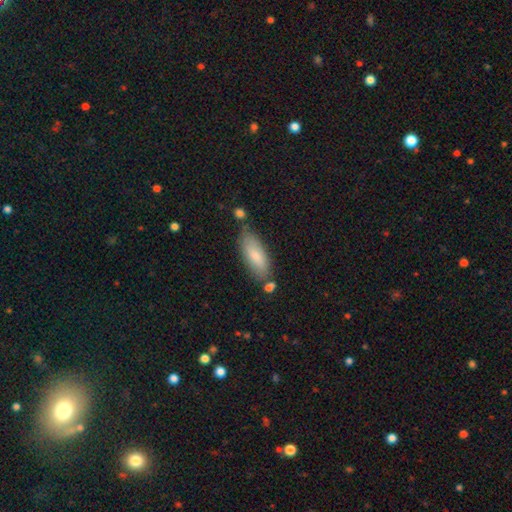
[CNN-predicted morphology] This is likely a smooth galaxy (79%). How rounded: likely in between (69%). Merging: likely none (72%).